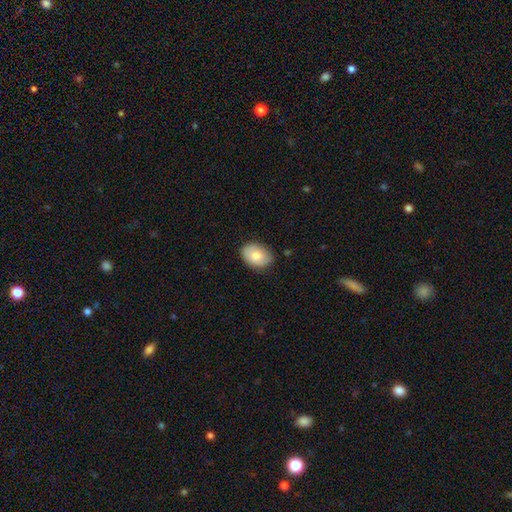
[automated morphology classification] smooth 80%, featured or disk 14%, star or artifact 6%. Down the decision tree: how rounded — in between (78%); merging — none (81%).